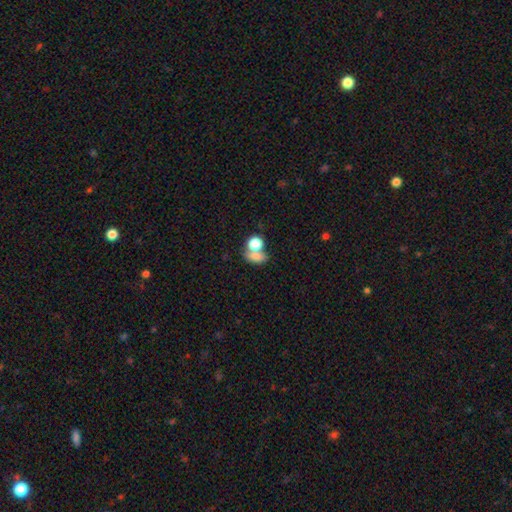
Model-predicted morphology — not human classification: Overall: smooth (76%). How rounded: in between (59%; round 37%). Merging: merger (51%; none 33%).